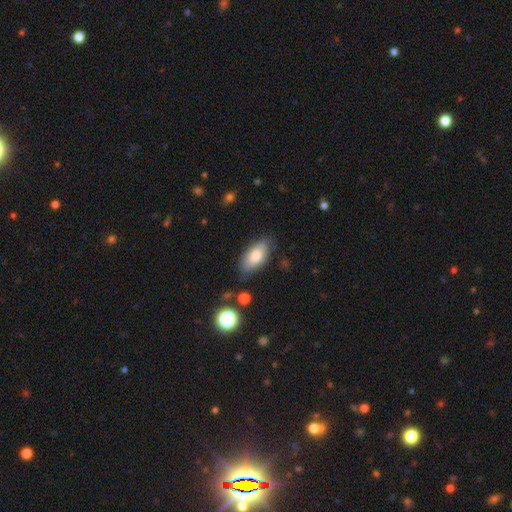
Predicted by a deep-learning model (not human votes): Overall: smooth (75%). How rounded: in between (90%). Merging: none (75%).